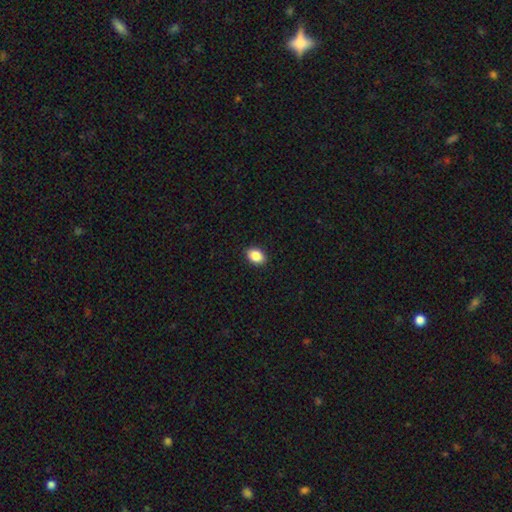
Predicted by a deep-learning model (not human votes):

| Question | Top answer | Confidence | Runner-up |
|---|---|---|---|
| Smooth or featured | smooth | 88% | star or artifact (8%) |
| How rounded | in between | 77% | round (22%) |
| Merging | none | 91% | minor disturbance (7%) |